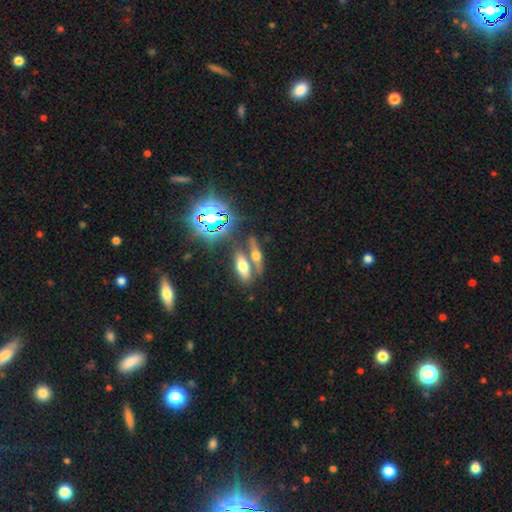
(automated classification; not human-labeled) A smooth galaxy with no disk features (41%). Merging: none (59%).